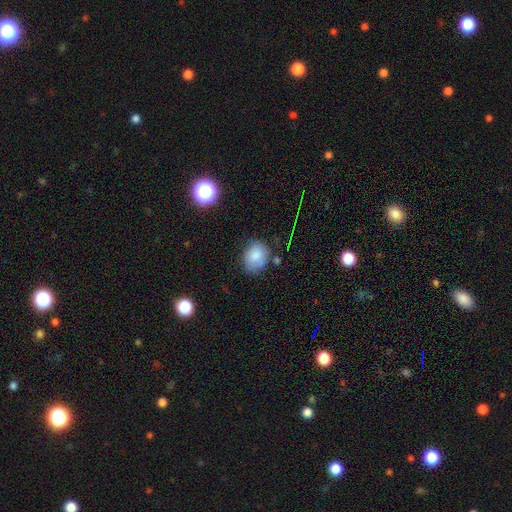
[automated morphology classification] smooth 80%, featured or disk 10%, star or artifact 10%. Down the decision tree: how rounded — in between (53%); merging — none (66%).